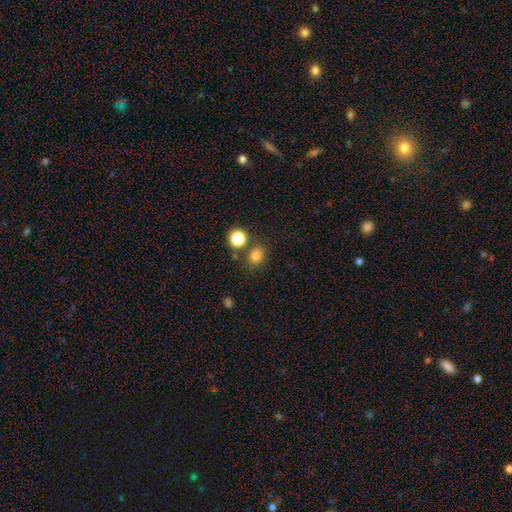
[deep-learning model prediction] smooth-or-featured: smooth: 81% | star or artifact: 14% | featured or disk: 5%
  how-rounded: round: 65% | in between: 34% | cigar-shaped: 1%
  merging: none: 76% | merger: 11% | minor disturbance: 10% | major disturbance: 3%